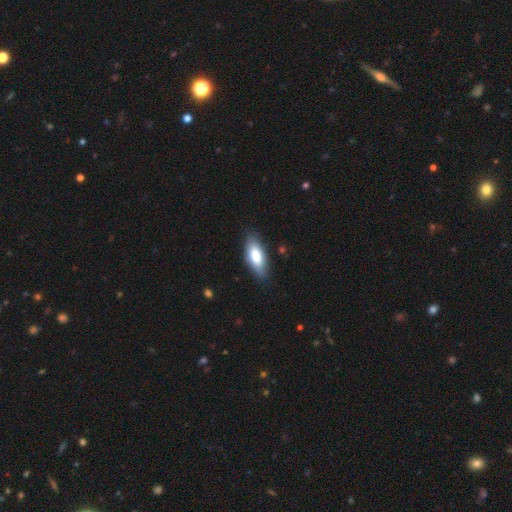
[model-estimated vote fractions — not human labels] A smooth galaxy with no disk features (77%) that is in between round and cigar-shaped (79%). Merging: none (83%).